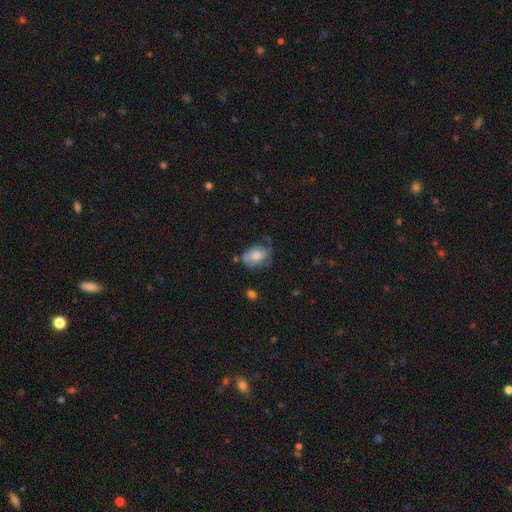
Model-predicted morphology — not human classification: This appears to be a smooth galaxy with no disk features (55%) that is in between round and cigar-shaped (79%). Merging: none (44%).